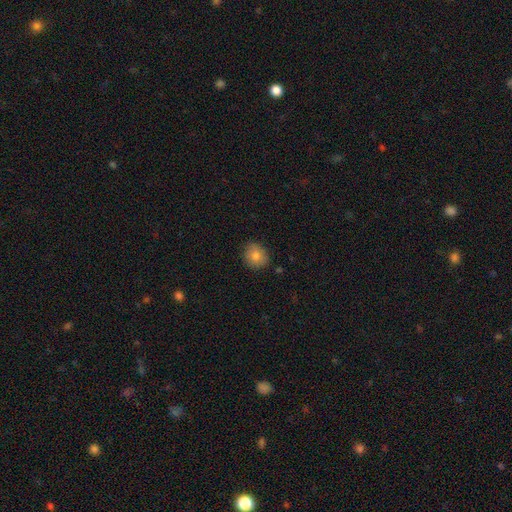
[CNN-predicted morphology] The model was most divided on "how rounded": round: 78%, in between: 21%, cigar-shaped: 1%. More confident: merging — none (85%); smooth or featured — smooth (81%).